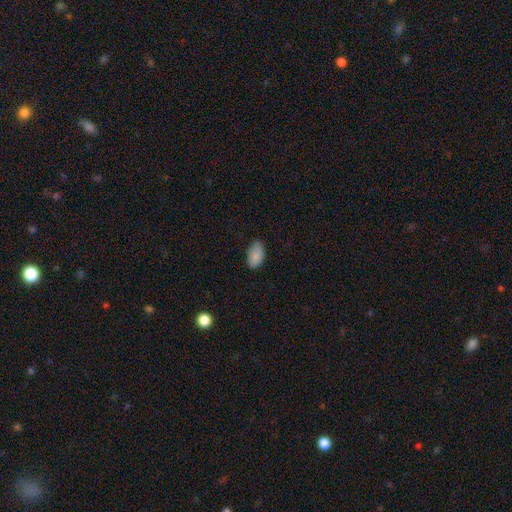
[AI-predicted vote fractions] Q: Smooth or featured?
A: smooth (88%); runner-up: star or artifact (7%)
Q: How rounded?
A: in between (94%); runner-up: round (4%)
Q: Merging?
A: none (79%); runner-up: minor disturbance (17%)